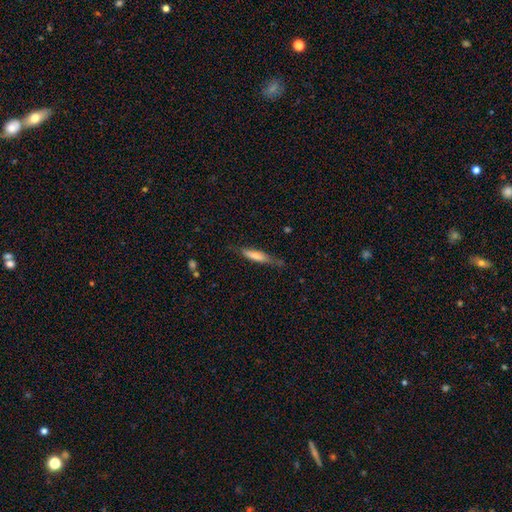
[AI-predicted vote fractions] smooth-or-featured: smooth: 65% | featured or disk: 29% | star or artifact: 6%
  how-rounded: cigar-shaped: 80% | in between: 19% | round: 1%
  merging: none: 65% | minor disturbance: 26% | major disturbance: 7% | merger: 3%